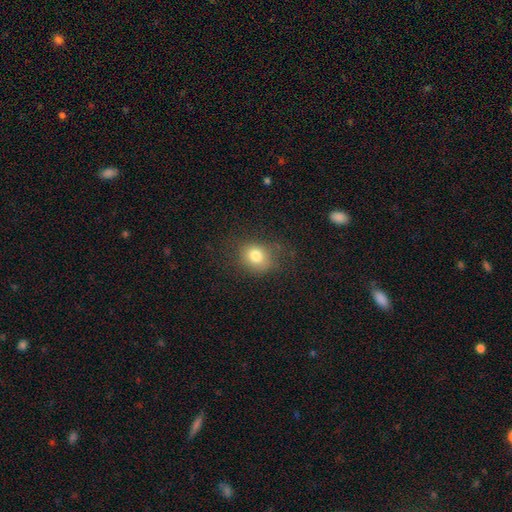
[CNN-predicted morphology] smooth 80%, star or artifact 12%, featured or disk 9%. Down the decision tree: how rounded — round (60%); merging — none (74%).